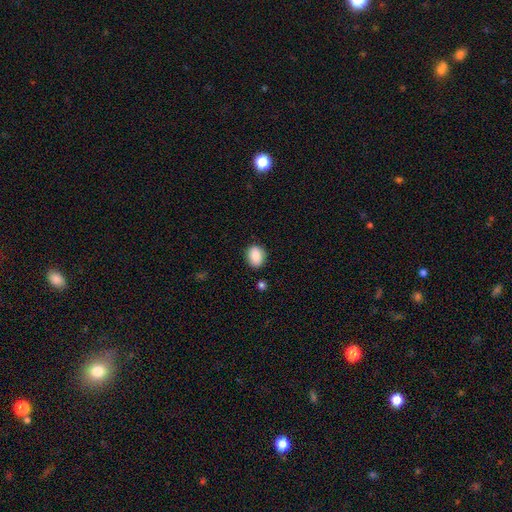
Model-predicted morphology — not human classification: This appears to be a smooth galaxy with no disk features (87%) that is in between round and cigar-shaped (61%). Merging: none (85%).